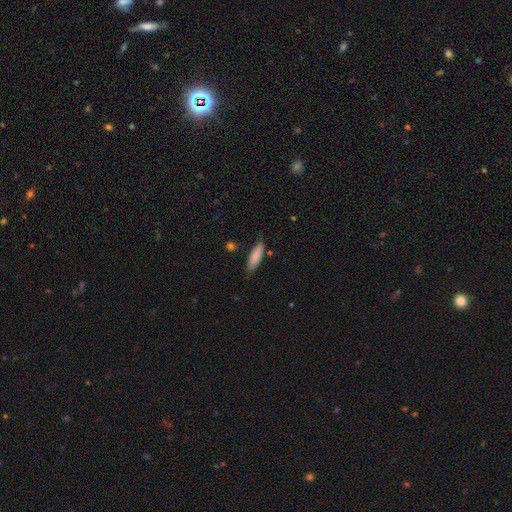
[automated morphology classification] Smooth or featured? smooth (83%)
How rounded? cigar-shaped (62%)
Merging? none (79%)